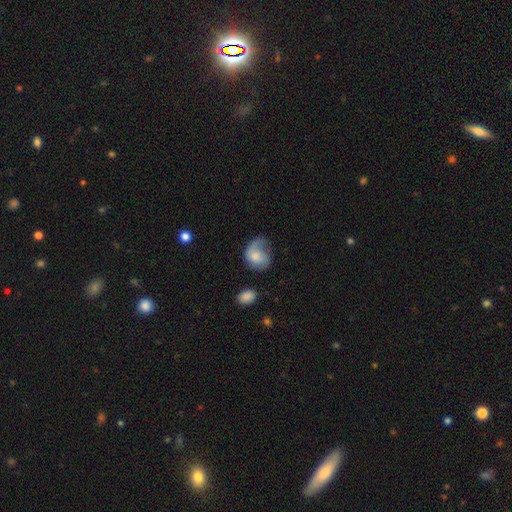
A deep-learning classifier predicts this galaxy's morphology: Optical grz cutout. It shows a smooth galaxy with no disk features (50%). Merging: major disturbance (39%).